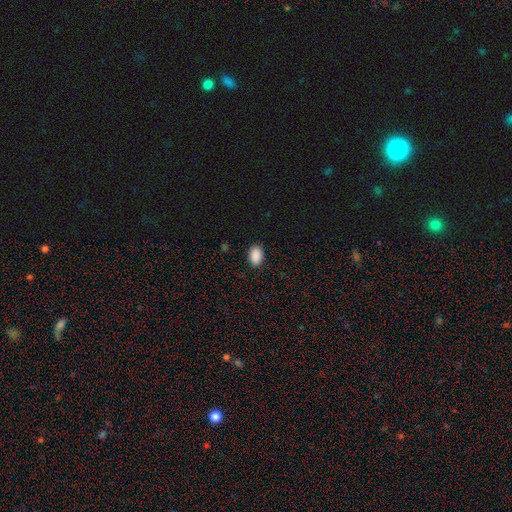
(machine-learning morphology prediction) smooth-or-featured: smooth: 90% | star or artifact: 8% | featured or disk: 2%
  how-rounded: in between: 87% | round: 12% | cigar-shaped: 1%
  merging: none: 87% | minor disturbance: 10% | major disturbance: 2% | merger: 1%